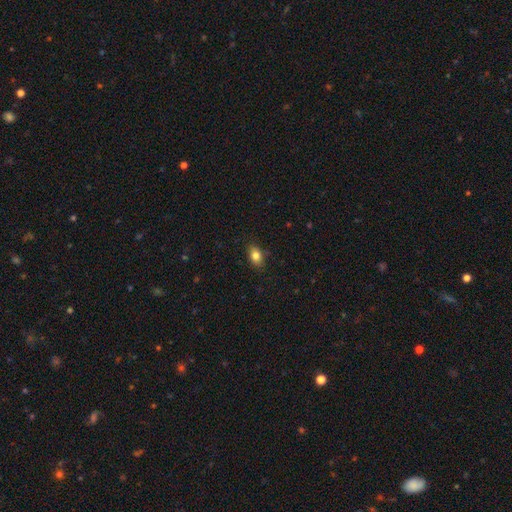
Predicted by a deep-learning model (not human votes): Smooth or featured? smooth (82%)
How rounded? in between (84%)
Merging? none (85%)